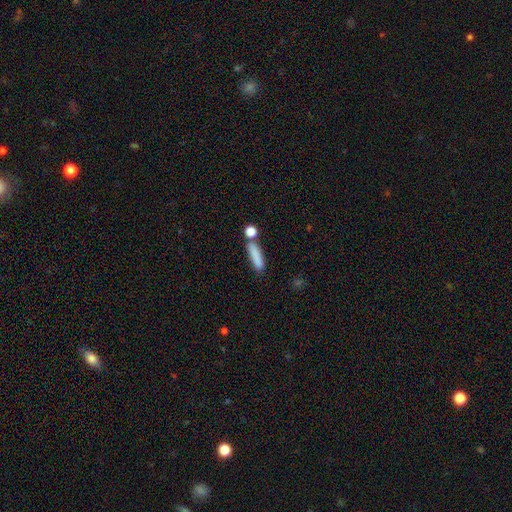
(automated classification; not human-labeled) Overall: smooth (83%). How rounded: cigar-shaped (68%). Merging: none (65%).